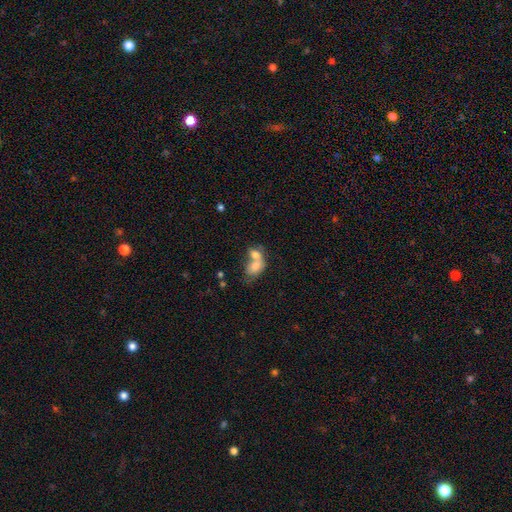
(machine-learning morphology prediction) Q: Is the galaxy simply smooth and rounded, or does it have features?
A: smooth — 73%.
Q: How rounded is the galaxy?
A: in between — 77%.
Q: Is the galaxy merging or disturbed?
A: merger — 72%.